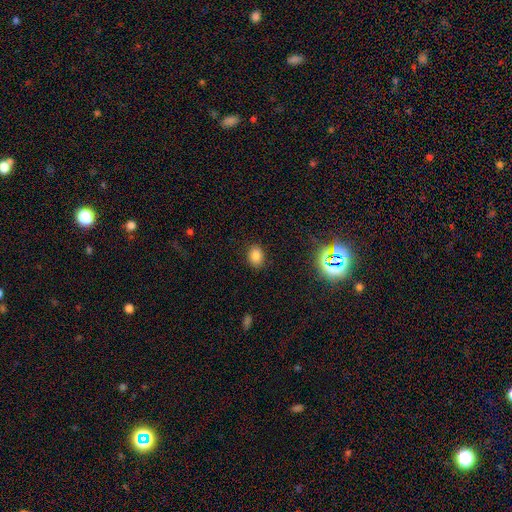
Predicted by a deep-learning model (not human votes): Smooth or featured? smooth (79%)
How rounded? in between (65%)
Merging? none (87%)